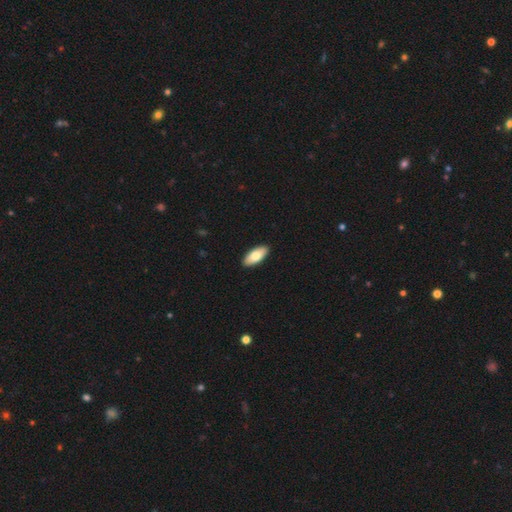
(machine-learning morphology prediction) Smooth or featured: smooth — 77% (featured or disk — 18%)
How rounded: in between — 85% (cigar-shaped — 13%)
Merging: none — 91% (minor disturbance — 6%)